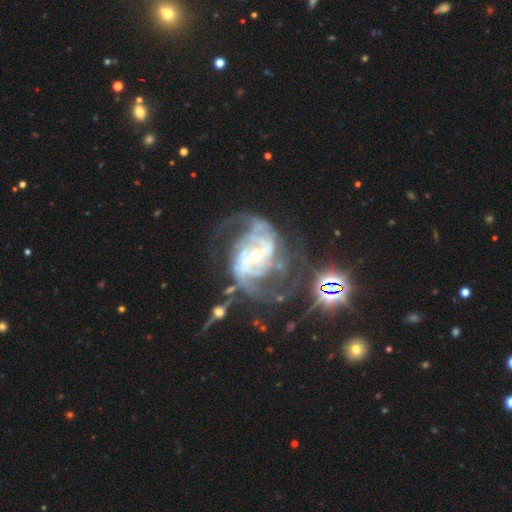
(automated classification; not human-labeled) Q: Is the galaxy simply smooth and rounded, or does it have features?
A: featured or disk — 90%.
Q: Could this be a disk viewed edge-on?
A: no — 98%.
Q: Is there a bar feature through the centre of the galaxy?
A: no — 42%.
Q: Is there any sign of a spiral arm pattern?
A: yes — 97%.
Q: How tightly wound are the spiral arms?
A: medium — 52%.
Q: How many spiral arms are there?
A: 2 — 63%.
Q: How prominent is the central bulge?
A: small — 68%.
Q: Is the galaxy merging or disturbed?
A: none — 48%.